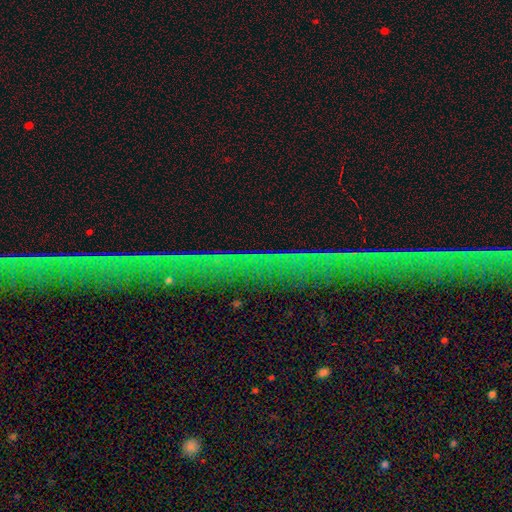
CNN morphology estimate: smooth_or_featured: star or artifact (p=0.73) [alt: featured or disk p=0.16]